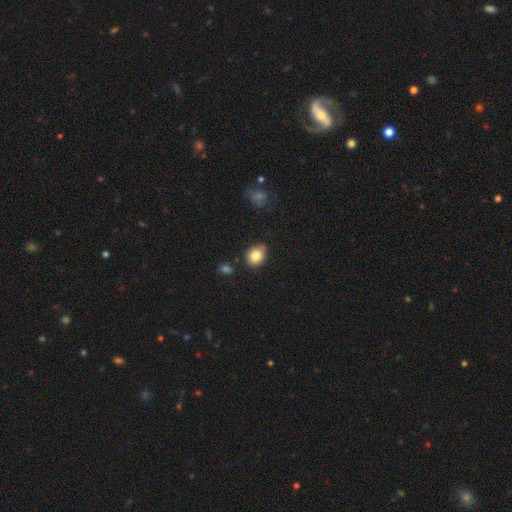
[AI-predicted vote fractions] smooth_or_featured: smooth (p=0.84) [alt: star or artifact p=0.09]
how_rounded: round (p=0.61) [alt: in between p=0.38]
merging: none (p=0.74) [alt: minor disturbance p=0.19]